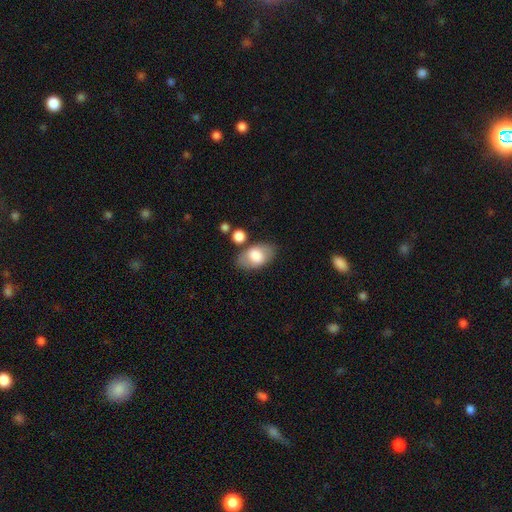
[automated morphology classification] This is likely a smooth galaxy (70%). How rounded: clearly in between (91%). Merging: likely none (73%).